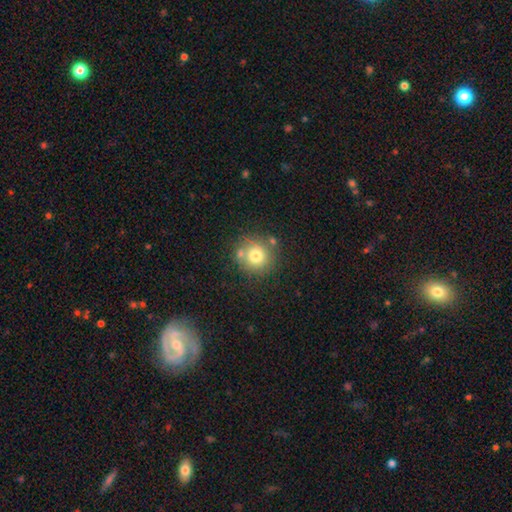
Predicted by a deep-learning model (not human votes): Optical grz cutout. It shows a smooth galaxy with no disk features (74%) that is round (91%). Merging: none (69%).